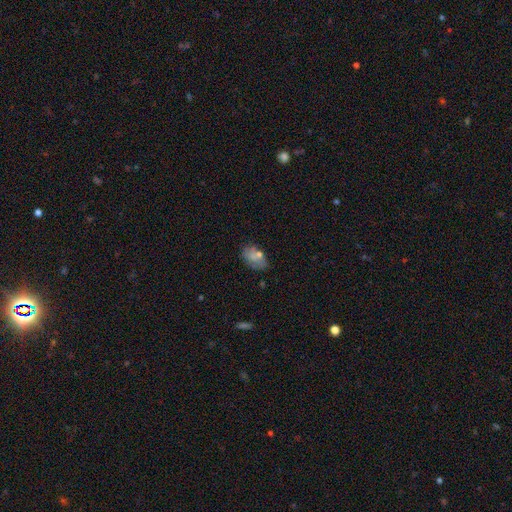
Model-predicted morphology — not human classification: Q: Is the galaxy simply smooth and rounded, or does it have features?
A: smooth — 67%.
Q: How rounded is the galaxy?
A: in between — 86%.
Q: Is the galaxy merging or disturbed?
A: none — 56%.